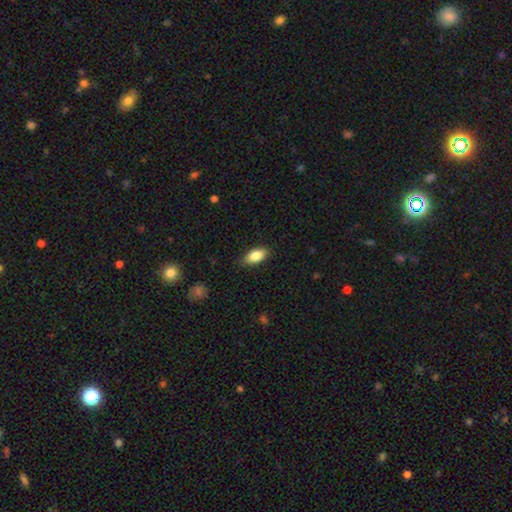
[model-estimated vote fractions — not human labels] smooth-or-featured: smooth: 84% | featured or disk: 9% | star or artifact: 7%
  how-rounded: in between: 90% | cigar-shaped: 6% | round: 4%
  merging: none: 83% | minor disturbance: 14% | major disturbance: 2% | merger: 1%